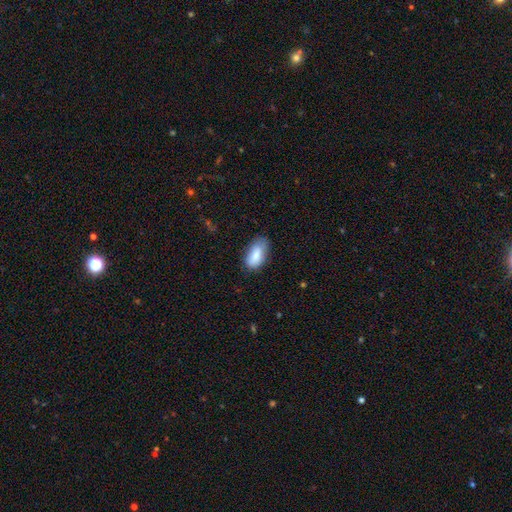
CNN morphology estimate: This is clearly a smooth galaxy (83%). How rounded: clearly in between (92%). Merging: likely none (64%).